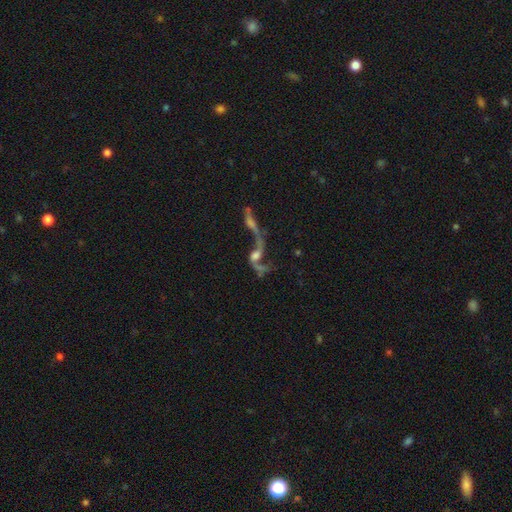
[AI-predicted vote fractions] Smooth or featured? Predicted: featured or disk (p=0.66). Edge-on disk? Predicted: no (p=0.90). Bar? Predicted: no (p=0.64). Spiral arms? Predicted: yes (p=0.66). Bulge size? Predicted: moderate (p=0.31). Merging? Predicted: merger (p=0.61).